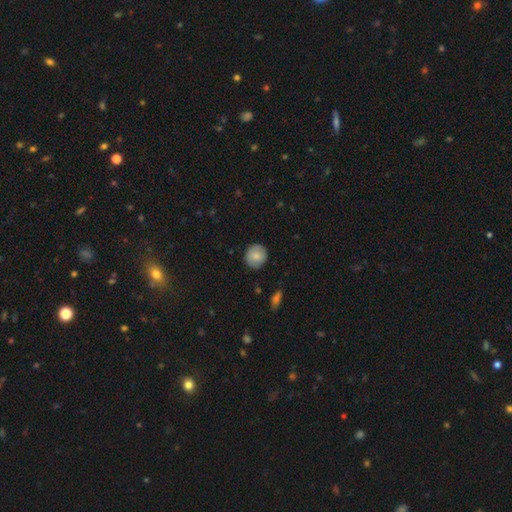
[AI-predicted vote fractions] A smooth galaxy with no disk features (82%) that is round (89%). Merging: none (88%).